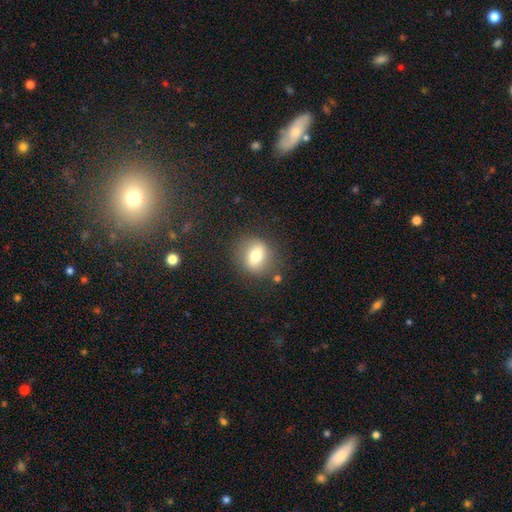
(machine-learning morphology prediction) The model was most divided on "how rounded": round: 62%, in between: 36%, cigar-shaped: 2%. More confident: merging — none (80%); smooth or featured — smooth (68%).